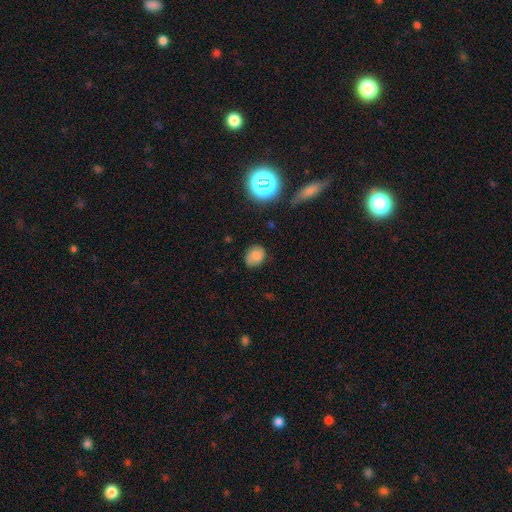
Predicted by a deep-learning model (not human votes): Q: Smooth or featured?
A: smooth (70%); runner-up: featured or disk (17%)
Q: How rounded?
A: round (57%); runner-up: in between (42%)
Q: Merging?
A: none (71%); runner-up: minor disturbance (21%)